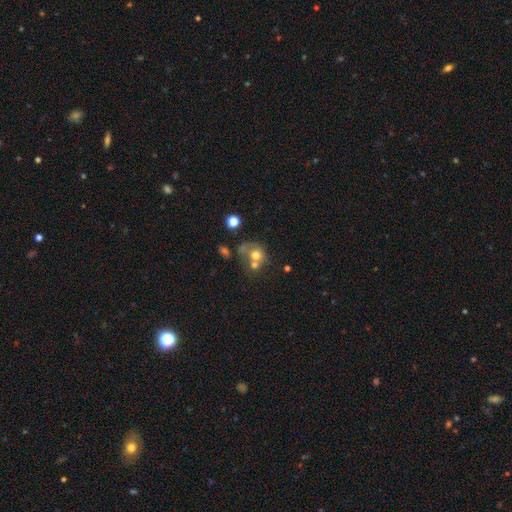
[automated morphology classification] smooth_or_featured: smooth (p=0.62) [alt: featured or disk p=0.25]
how_rounded: round (p=0.71) [alt: in between p=0.28]
merging: merger (p=0.53) [alt: none p=0.25]